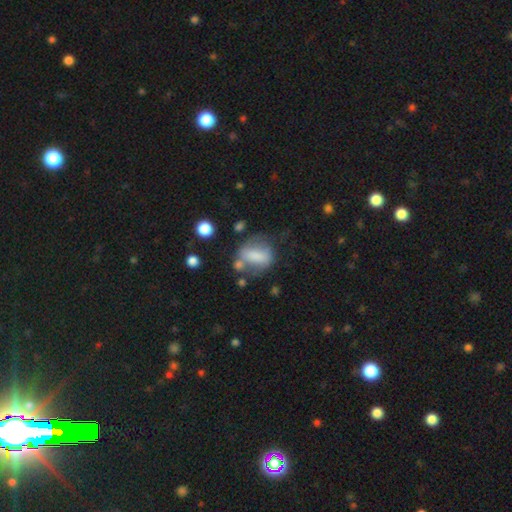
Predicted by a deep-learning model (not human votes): smooth_or_featured: smooth (p=0.62) [alt: featured or disk p=0.28]
how_rounded: in between (p=0.64) [alt: round p=0.31]
merging: none (p=0.39) [alt: minor disturbance p=0.24]